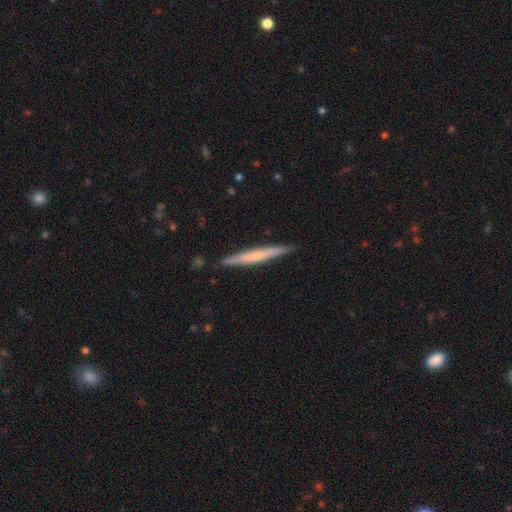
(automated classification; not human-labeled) Morphology: type=featured or disk (48%); merging=none (89%).